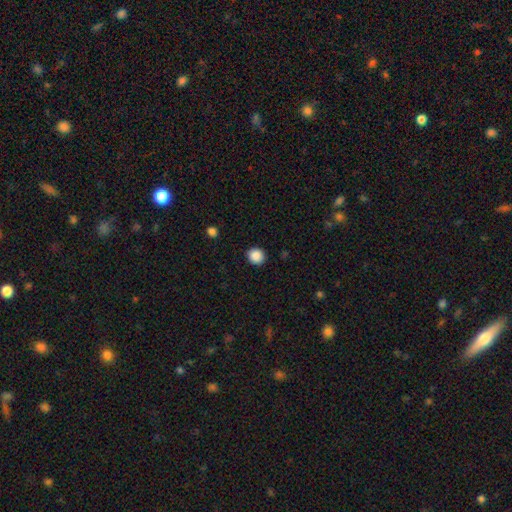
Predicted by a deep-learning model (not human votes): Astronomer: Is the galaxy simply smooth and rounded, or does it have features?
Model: smooth — 88%.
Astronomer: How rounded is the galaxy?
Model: round — 89%.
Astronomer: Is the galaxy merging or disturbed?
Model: none — 90%.